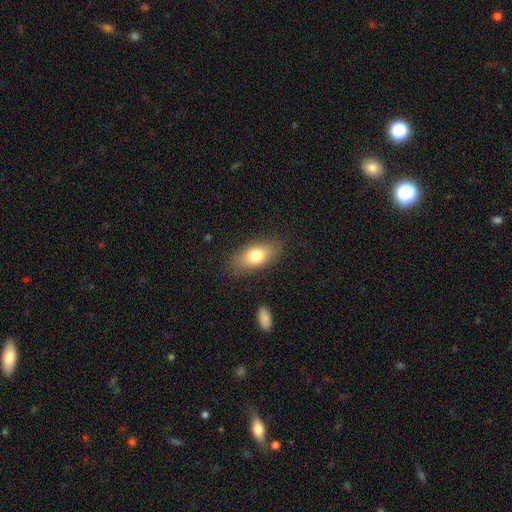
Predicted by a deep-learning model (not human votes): smooth 76%, featured or disk 16%, star or artifact 8%. Down the decision tree: how rounded — in between (84%); merging — none (82%).